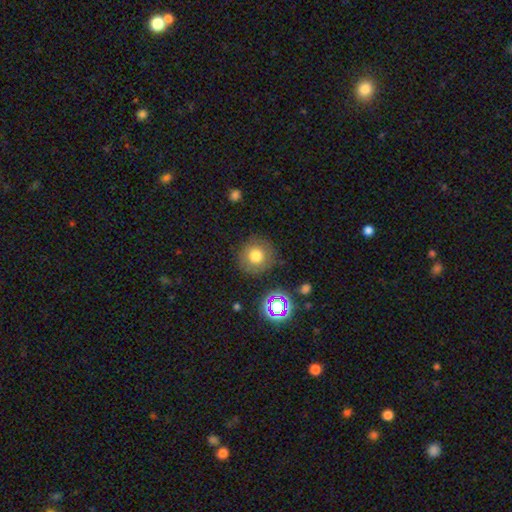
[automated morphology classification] smooth 74%, star or artifact 14%, featured or disk 12%. Down the decision tree: how rounded — round (94%); merging — none (84%).